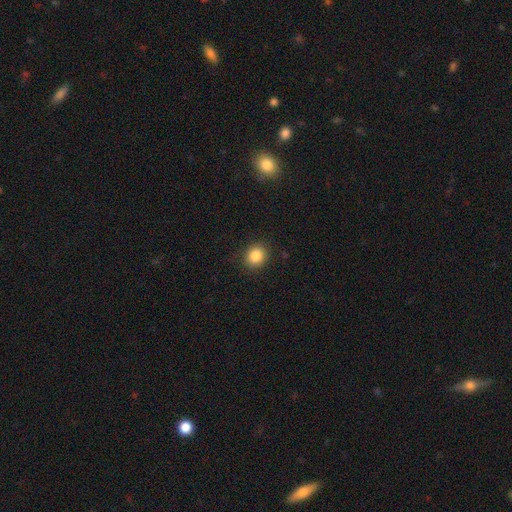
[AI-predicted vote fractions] A smooth galaxy with no disk features (86%) that is round (76%).

Vote fractions:
- Smooth or featured? smooth: 86% / star or artifact: 10% / featured or disk: 4%
- How rounded? round: 76% / in between: 23% / cigar-shaped: 1%
- Merging? none: 89% / minor disturbance: 8% / major disturbance: 2% / merger: 1%